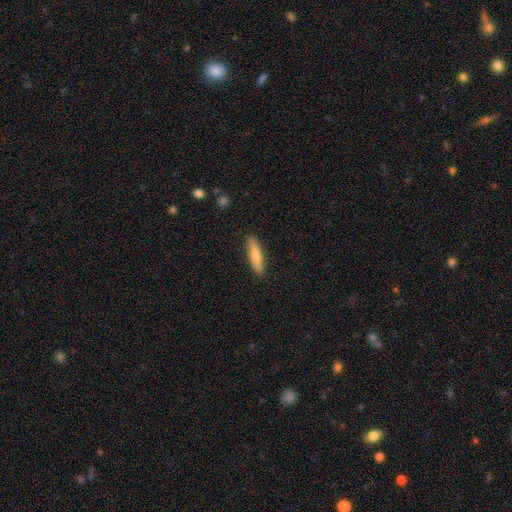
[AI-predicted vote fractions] Smooth or featured?
  - smooth: 82% *
  - featured or disk: 12%
  - star or artifact: 5%
How rounded?
  - cigar-shaped: 76% *
  - in between: 22%
  - round: 1%
Merging?
  - none: 88% *
  - minor disturbance: 9%
  - major disturbance: 2%
  - merger: 1%